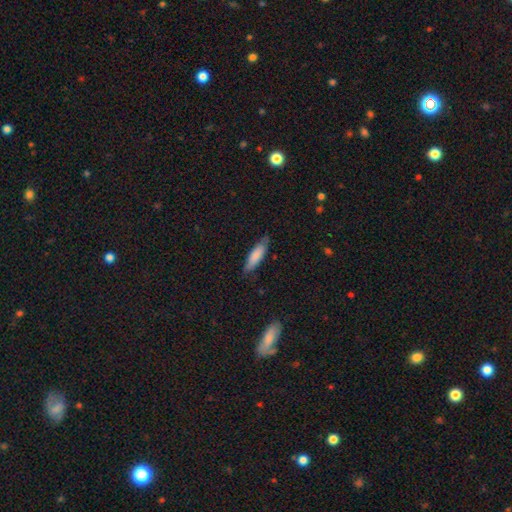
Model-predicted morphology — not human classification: The model was most divided on "how rounded": cigar-shaped: 60%, in between: 39%, round: 1%. More confident: smooth or featured — smooth (80%); merging — none (76%).